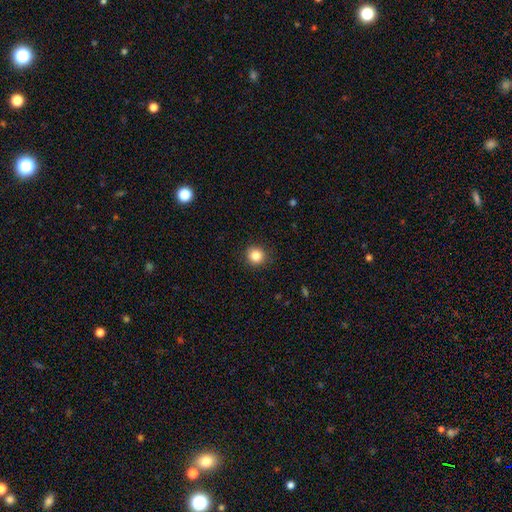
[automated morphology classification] type=smooth (85%); roundness=round (92%); merging=none (91%).